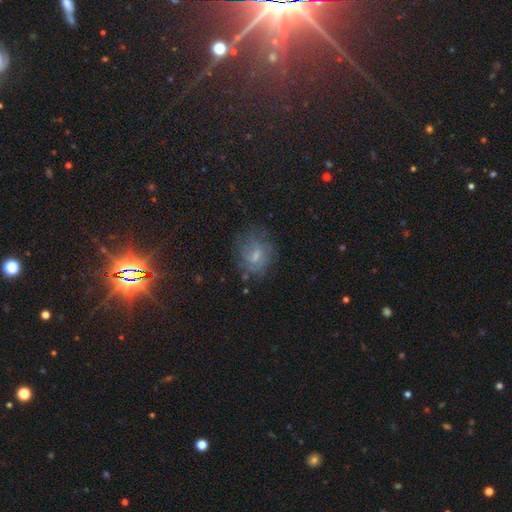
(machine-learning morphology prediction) Q: Smooth or featured?
A: featured or disk (42%); tied with: smooth (42%)
Q: Merging?
A: none (61%); runner-up: minor disturbance (22%)